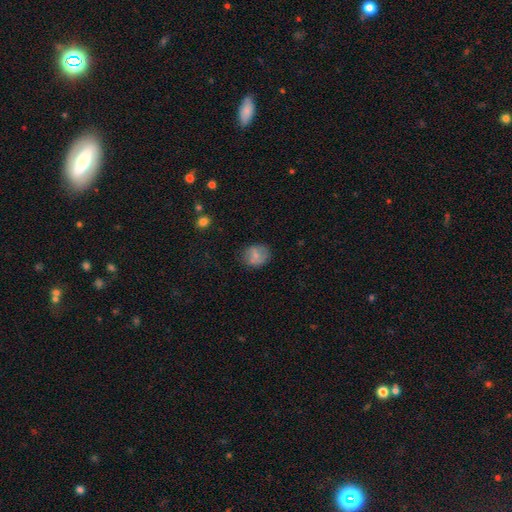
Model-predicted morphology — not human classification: smooth-or-featured: smooth: 70% | featured or disk: 21% | star or artifact: 9%
  how-rounded: round: 65% | in between: 34% | cigar-shaped: 1%
  merging: none: 73% | minor disturbance: 19% | major disturbance: 6% | merger: 3%